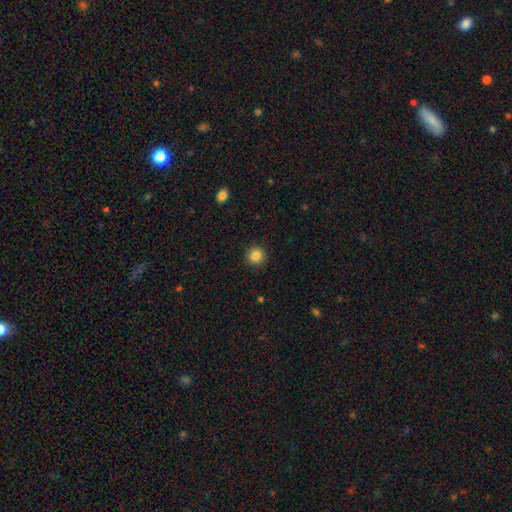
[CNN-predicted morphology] Smooth or featured: smooth — 85% (star or artifact — 10%)
How rounded: round — 93% (in between — 6%)
Merging: none — 91% (minor disturbance — 6%)